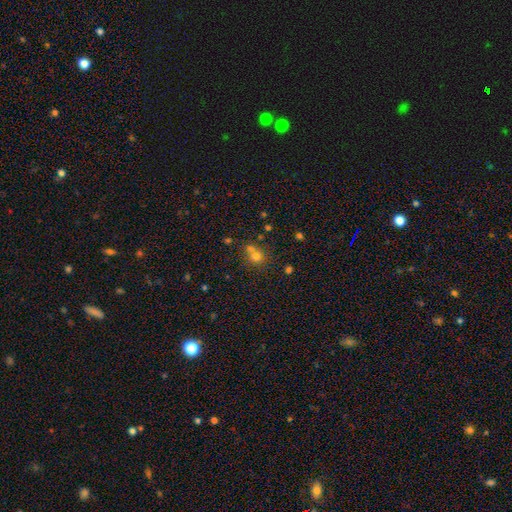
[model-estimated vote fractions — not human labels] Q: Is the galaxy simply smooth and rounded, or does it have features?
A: smooth — 67%.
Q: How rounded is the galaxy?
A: round — 83%.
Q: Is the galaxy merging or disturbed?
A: none — 50%.